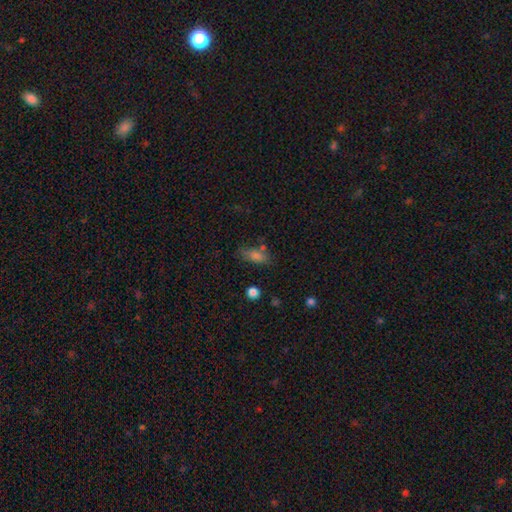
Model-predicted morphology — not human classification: Smooth or featured?
  - smooth: 77% *
  - star or artifact: 12%
  - featured or disk: 11%
How rounded?
  - in between: 77% *
  - cigar-shaped: 18%
  - round: 5%
Merging?
  - none: 67% *
  - minor disturbance: 19%
  - merger: 8%
  - major disturbance: 6%